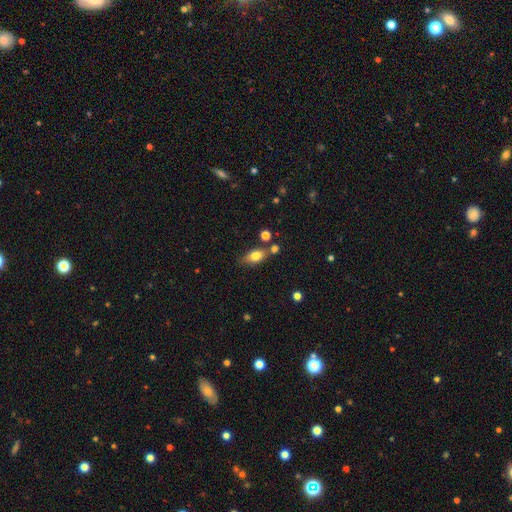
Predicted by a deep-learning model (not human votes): Smooth or featured: smooth — 77% (featured or disk — 14%)
How rounded: in between — 81% (round — 12%)
Merging: none — 65% (minor disturbance — 16%)